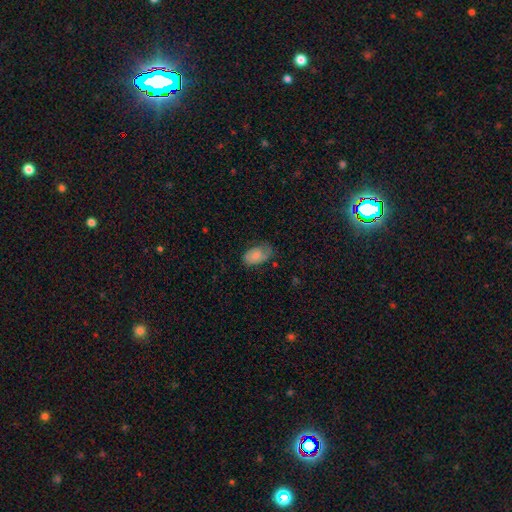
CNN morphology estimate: A smooth galaxy with no disk features (69%) that is in between round and cigar-shaped (90%). Merging: none (53%).